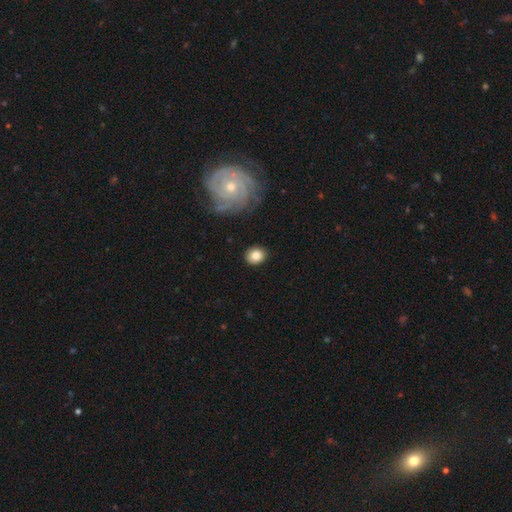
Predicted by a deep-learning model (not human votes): Smooth or featured: smooth — 83% (featured or disk — 9%)
How rounded: round — 64% (in between — 35%)
Merging: none — 87% (minor disturbance — 9%)